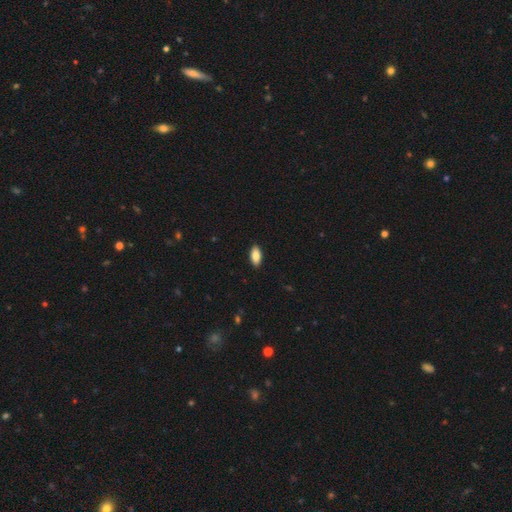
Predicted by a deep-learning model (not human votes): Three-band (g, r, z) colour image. It shows a smooth galaxy with no disk features (88%) that is in between round and cigar-shaped (91%). Merging: none (90%).